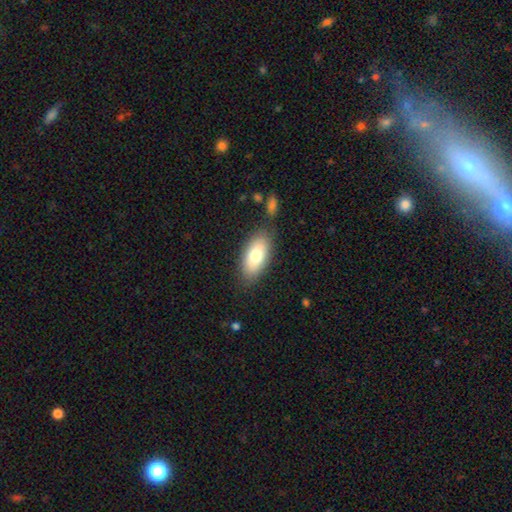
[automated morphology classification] This is likely a smooth galaxy (76%). How rounded: clearly in between (89%). Merging: likely none (79%).